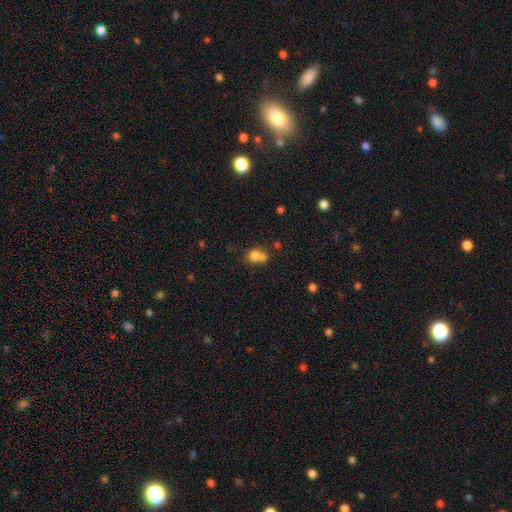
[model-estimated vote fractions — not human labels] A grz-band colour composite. It shows a smooth galaxy with no disk features (73%) that is round (66%). Merging: merger (55%).